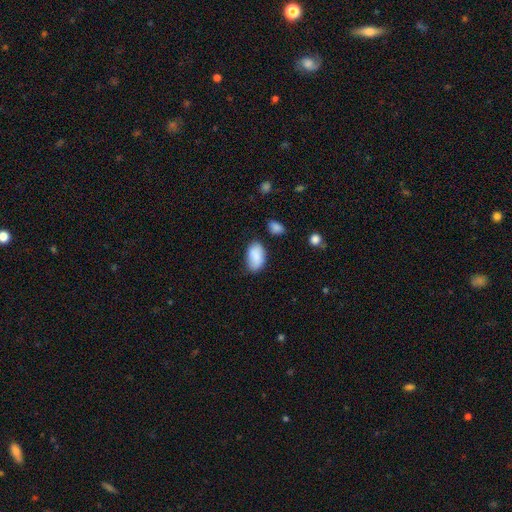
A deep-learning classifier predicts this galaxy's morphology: A smooth galaxy with no disk features (87%) that is in between round and cigar-shaped (93%).

Vote fractions:
- Smooth or featured? smooth: 87% / star or artifact: 7% / featured or disk: 6%
- How rounded? in between: 93% / round: 6% / cigar-shaped: 1%
- Merging? none: 71% / minor disturbance: 21% / major disturbance: 4% / merger: 4%